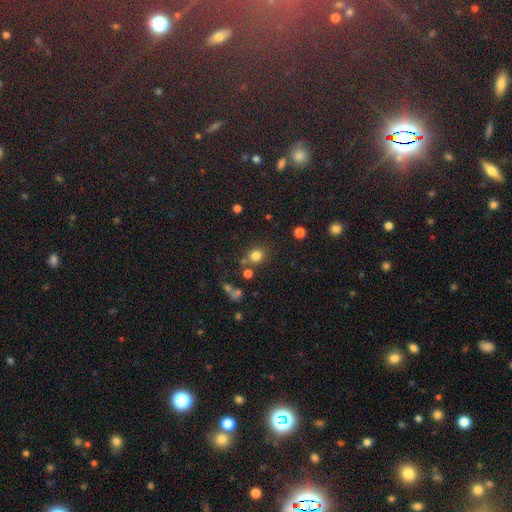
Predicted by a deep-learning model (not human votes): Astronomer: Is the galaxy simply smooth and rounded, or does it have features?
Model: smooth — 78%.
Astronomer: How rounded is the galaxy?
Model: round — 83%.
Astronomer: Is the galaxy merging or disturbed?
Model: none — 73%.